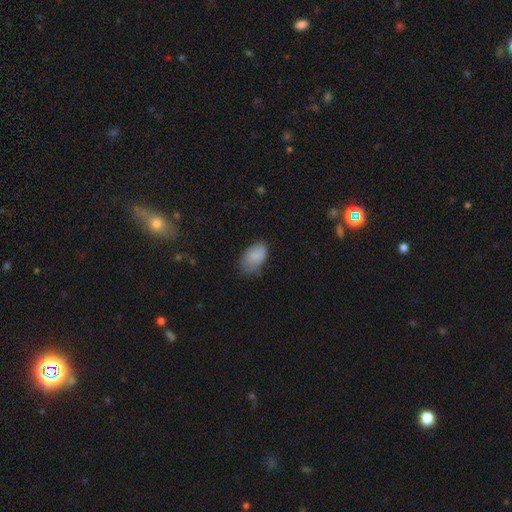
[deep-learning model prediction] Smooth or featured: smooth — 83% (featured or disk — 10%)
How rounded: in between — 92% (round — 6%)
Merging: none — 60% (minor disturbance — 31%)